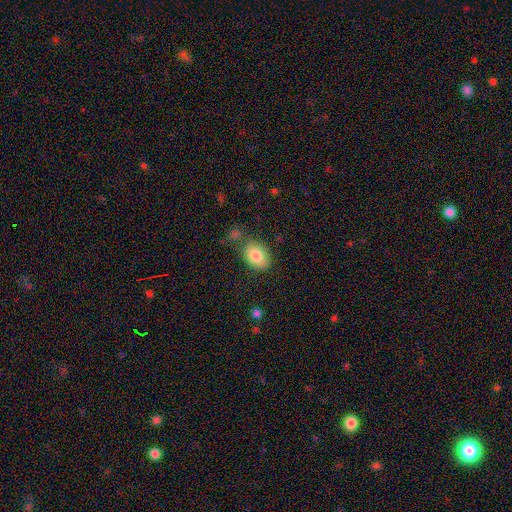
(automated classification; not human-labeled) A smooth galaxy with no disk features (83%) that is in between round and cigar-shaped (83%).

Vote fractions:
- Smooth or featured? smooth: 83% / featured or disk: 9% / star or artifact: 7%
- How rounded? in between: 83% / round: 16% / cigar-shaped: 1%
- Merging? none: 72% / minor disturbance: 17% / merger: 6% / major disturbance: 5%